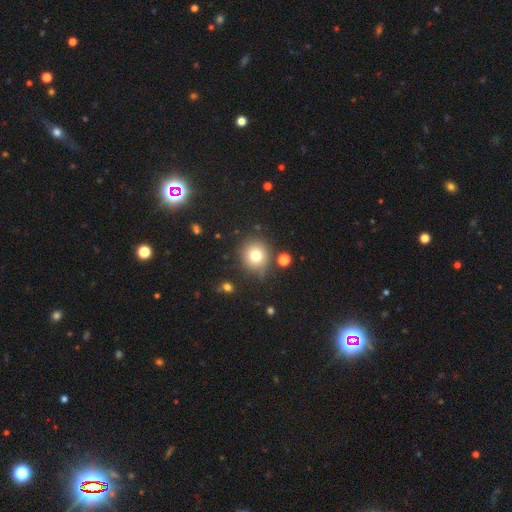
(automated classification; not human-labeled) Smooth or featured?
  - smooth: 76% *
  - star or artifact: 13%
  - featured or disk: 11%
How rounded?
  - round: 90% *
  - in between: 10%
  - cigar-shaped: 1%
Merging?
  - none: 79% *
  - minor disturbance: 12%
  - merger: 5%
  - major disturbance: 4%